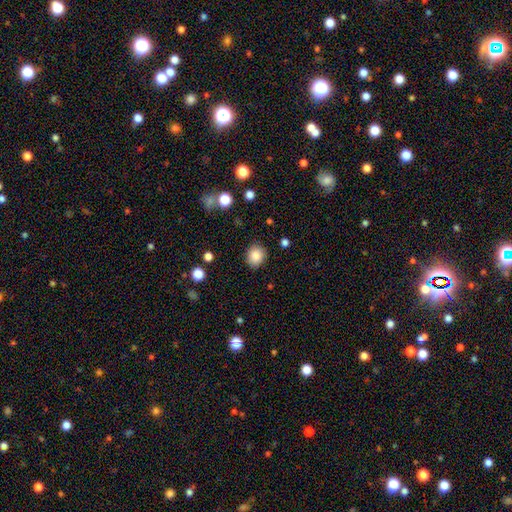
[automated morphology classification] Smooth or featured? smooth (85%)
How rounded? round (72%)
Merging? none (88%)